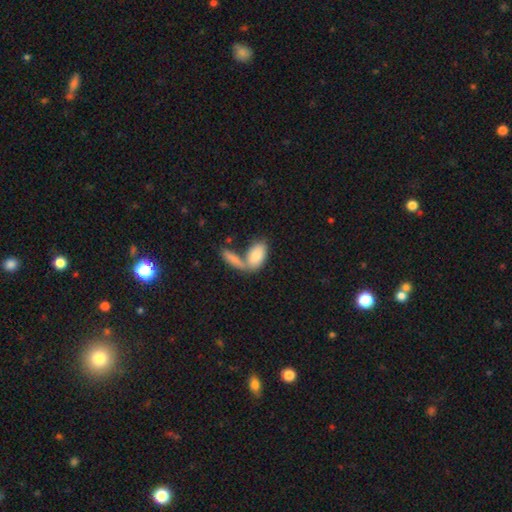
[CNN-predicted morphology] A smooth galaxy with no disk features (81%) that is in between round and cigar-shaped (90%).

Vote fractions:
- Smooth or featured? smooth: 81% / featured or disk: 13% / star or artifact: 6%
- How rounded? in between: 90% / cigar-shaped: 6% / round: 4%
- Merging? merger: 44% / none: 39% / minor disturbance: 11% / major disturbance: 6%